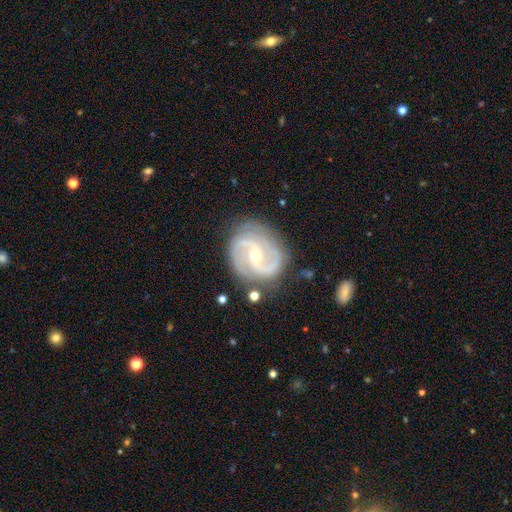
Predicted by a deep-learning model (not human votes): smooth_or_featured: featured or disk (p=0.91) [alt: star or artifact p=0.05]
disk_edge_on: no (p=0.98) [alt: yes p=0.02]
bar: weak (p=0.42) [alt: no p=0.37]
has_spiral_arms: yes (p=0.98) [alt: no p=0.02]
spiral_winding: medium (p=0.50) [alt: tight p=0.39]
spiral_arm_count: 2 (p=0.71) [alt: 3 p=0.16]
bulge_size: small (p=0.55) [alt: moderate p=0.43]
merging: none (p=0.78) [alt: minor disturbance p=0.15]